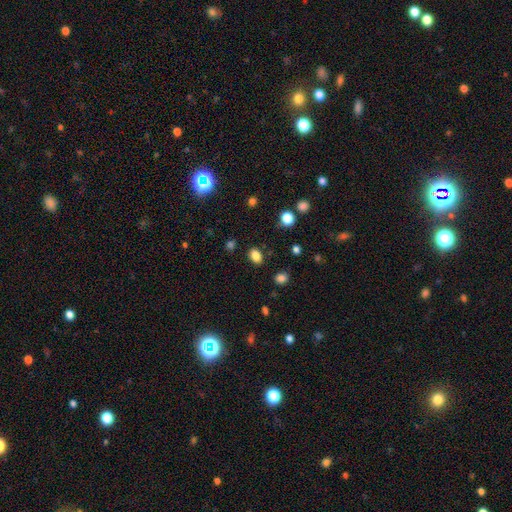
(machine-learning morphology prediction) Smooth or featured: smooth — 83% (star or artifact — 12%)
How rounded: in between — 79% (round — 20%)
Merging: none — 84% (minor disturbance — 11%)